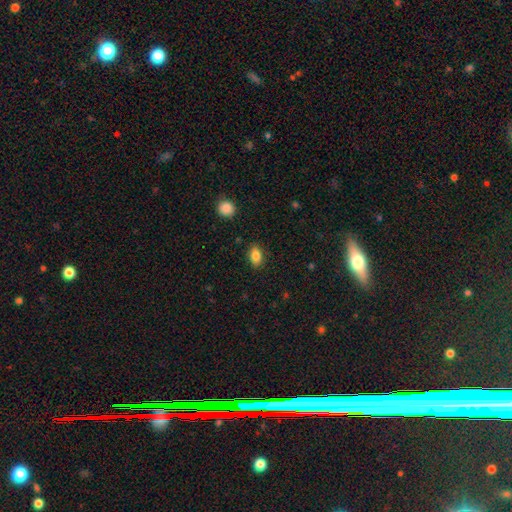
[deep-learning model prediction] Overall: smooth (85%). How rounded: in between (86%). Merging: none (87%).